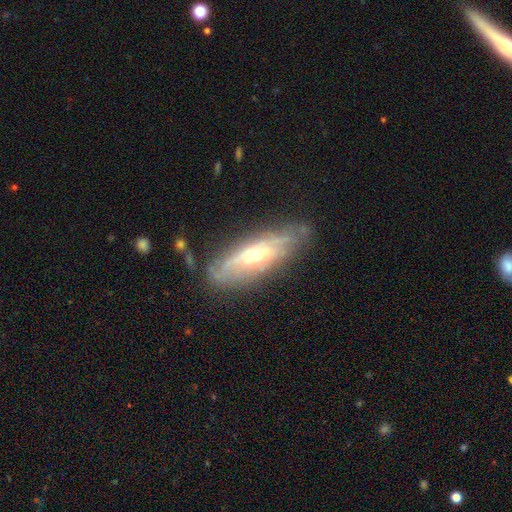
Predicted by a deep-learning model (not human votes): Smooth or featured: featured or disk — 70% (smooth — 23%)
Edge-on disk: no — 65% (yes — 35%)
Merging: none — 71% (minor disturbance — 20%)